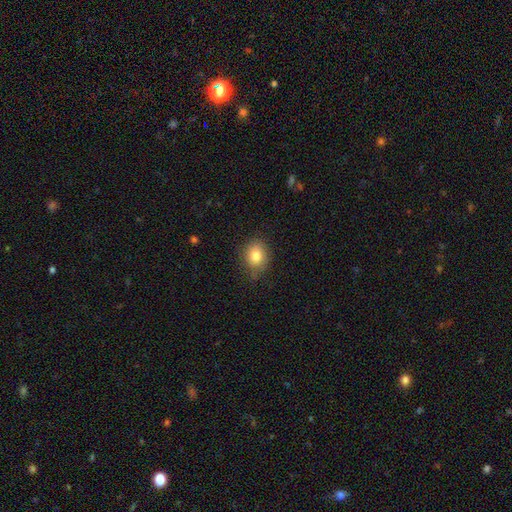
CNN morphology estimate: smooth 81%, star or artifact 10%, featured or disk 9%. Down the decision tree: how rounded — round (58%); merging — none (78%).